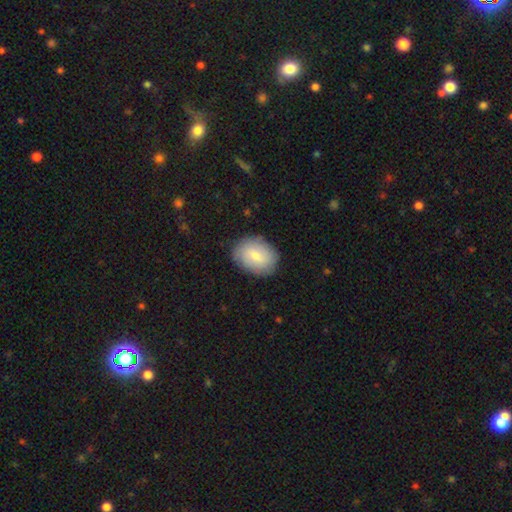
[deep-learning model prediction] A smooth galaxy with no disk features (73%) that is in between round and cigar-shaped (72%). Merging: none (83%).